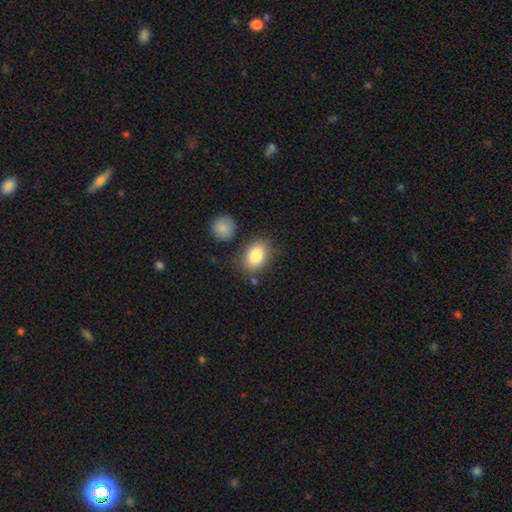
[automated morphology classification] smooth 83%, featured or disk 9%, star or artifact 8%. Down the decision tree: how rounded — in between (77%); merging — none (74%).